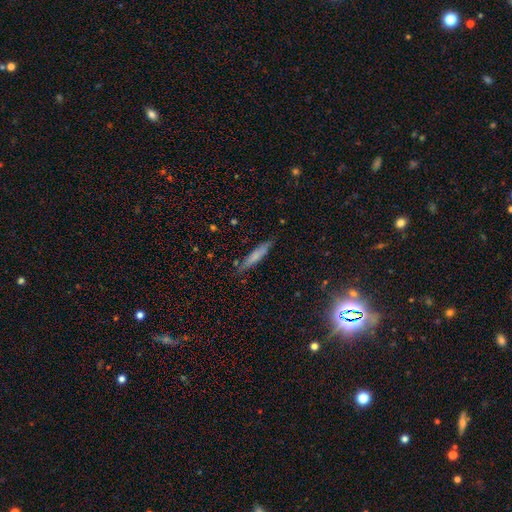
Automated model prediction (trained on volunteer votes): This appears to be a smooth galaxy with no disk features (67%) that is cigar-shaped (90%). Merging: none (82%).